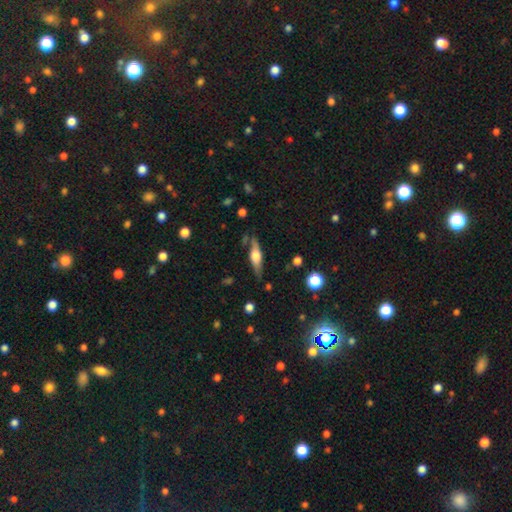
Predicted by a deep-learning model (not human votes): This appears to be a featured or disk galaxy (59%) viewed edge-on (92%) with a rounded central bulge (87%). Merging: none (76%).